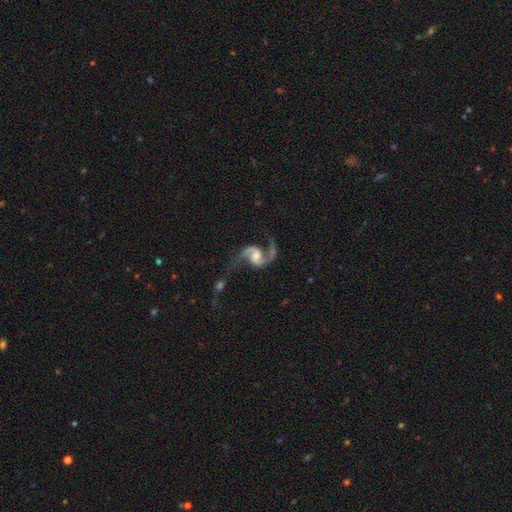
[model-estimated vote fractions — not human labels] A featured or disk galaxy (92%) with no bar (46%), 2 (94%) loose (65%) spiral arms (98%) and a moderate central bulge (44%).

Vote fractions:
- Smooth or featured? featured or disk: 92% / star or artifact: 4% / smooth: 4%
- Edge-on disk? no: 98% / yes: 2%
- Bar? no: 46% / weak: 41% / strong: 13%
- Spiral arms? yes: 98% / no: 2%
- Spiral winding? loose: 65% / medium: 30% / tight: 5%
- Spiral arm count? 2: 94% / 1: 2% / can't tell: 1% / 3: 1% / 4: 1% / more than 4: 1%
- Bulge size? moderate: 44% / small: 20% / large: 19% / none: 15% / dominant: 2%
- Merging? none: 53% / major disturbance: 16% / merger: 16% / minor disturbance: 15%